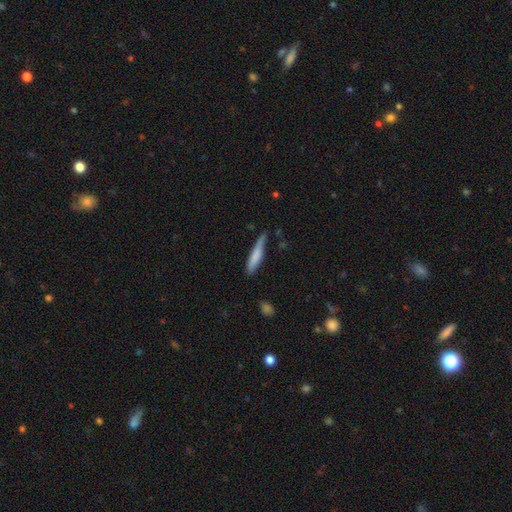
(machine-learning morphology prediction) The model was most divided on "merging": none: 59%, minor disturbance: 31%, major disturbance: 7%, merger: 3%. More confident: how rounded — cigar-shaped (88%); smooth or featured — smooth (72%).